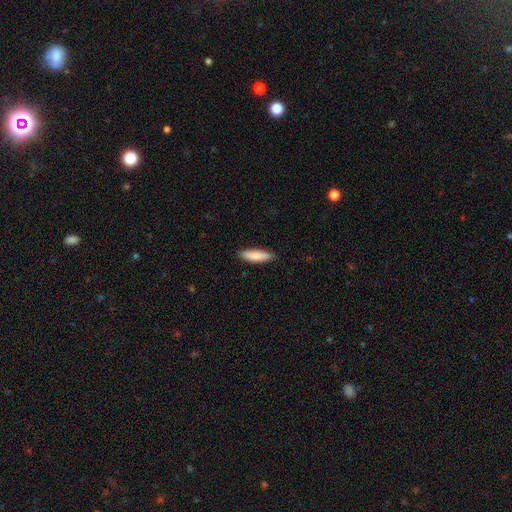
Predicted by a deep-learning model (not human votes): A smooth galaxy with no disk features (85%) that is cigar-shaped (63%).

Vote fractions:
- Smooth or featured? smooth: 85% / featured or disk: 10% / star or artifact: 5%
- How rounded? cigar-shaped: 63% / in between: 35% / round: 1%
- Merging? none: 88% / minor disturbance: 9% / major disturbance: 2% / merger: 1%